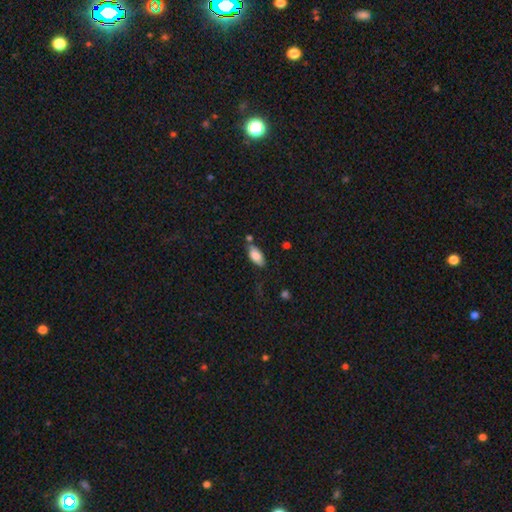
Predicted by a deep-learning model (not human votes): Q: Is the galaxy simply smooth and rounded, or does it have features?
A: smooth — 83%.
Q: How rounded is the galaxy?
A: in between — 89%.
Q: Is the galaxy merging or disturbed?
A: none — 63%.